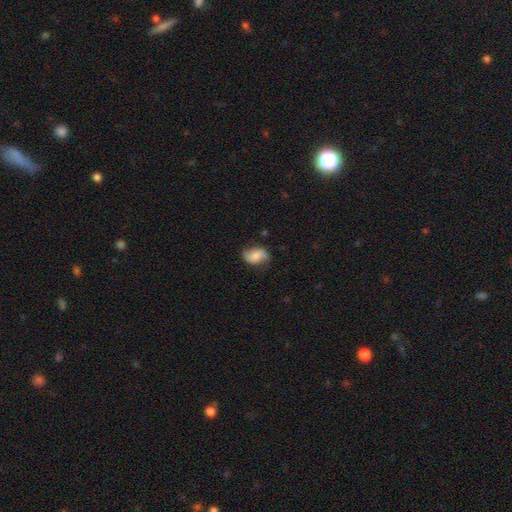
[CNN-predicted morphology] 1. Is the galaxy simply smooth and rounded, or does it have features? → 55% smooth, 37% featured or disk, 8% star or artifact.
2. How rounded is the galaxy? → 80% in between, 18% round, 1% cigar-shaped.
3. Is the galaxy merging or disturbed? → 70% none, 22% minor disturbance, 7% major disturbance, 1% merger.